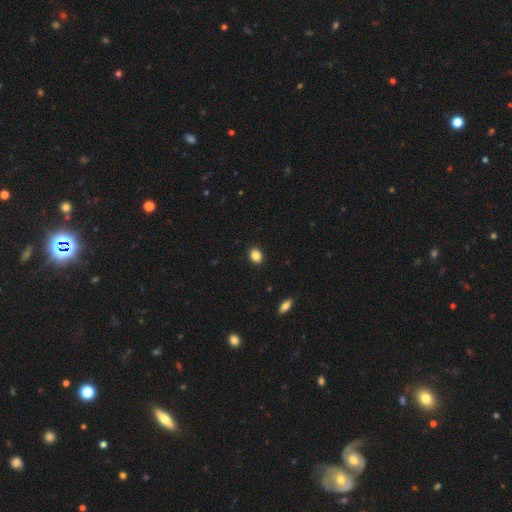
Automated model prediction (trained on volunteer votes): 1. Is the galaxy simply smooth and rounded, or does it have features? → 86% smooth, 9% star or artifact, 4% featured or disk.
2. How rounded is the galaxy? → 56% in between, 43% round, 1% cigar-shaped.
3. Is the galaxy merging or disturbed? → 90% none, 7% minor disturbance, 2% major disturbance, 1% merger.